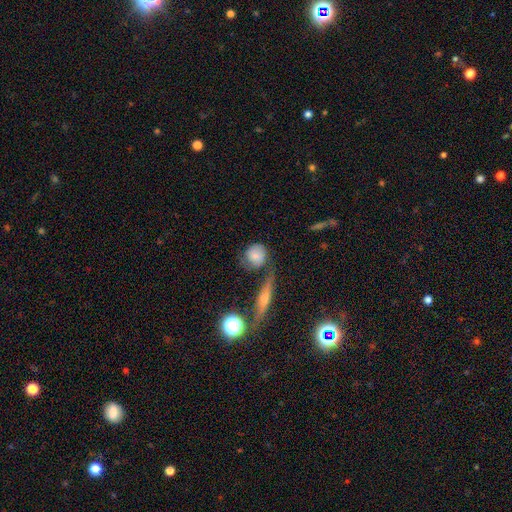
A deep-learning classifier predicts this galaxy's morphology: This appears to be a smooth galaxy with no disk features (67%) that is round (78%). Merging: none (54%).